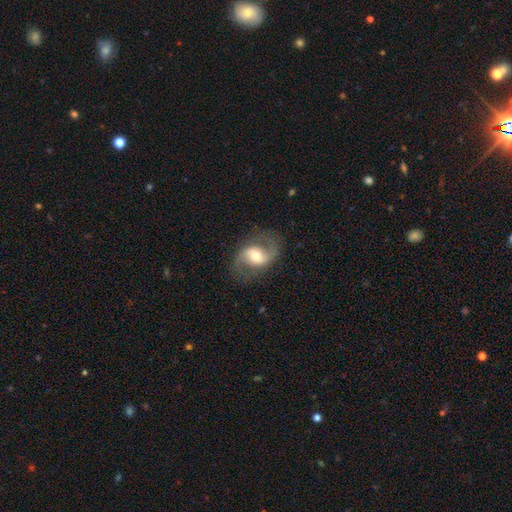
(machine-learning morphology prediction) smooth-or-featured: featured or disk: 82% | smooth: 12% | star or artifact: 6%
  disk-edge-on: no: 97% | yes: 3%
    bar: weak: 42% | no: 37% | strong: 21%
    has-spiral-arms: yes: 93% | no: 7%
      spiral-winding: loose: 57% | medium: 36% | tight: 7%
      spiral-arm-count: 2: 92% | 1: 3% | can't tell: 3% | 3: 1% | 4: 1% | more than 4: 1%
    bulge-size: moderate: 64% | small: 25% | large: 9% | dominant: 1% | none: 1%
  merging: none: 78% | minor disturbance: 13% | major disturbance: 8% | merger: 1%